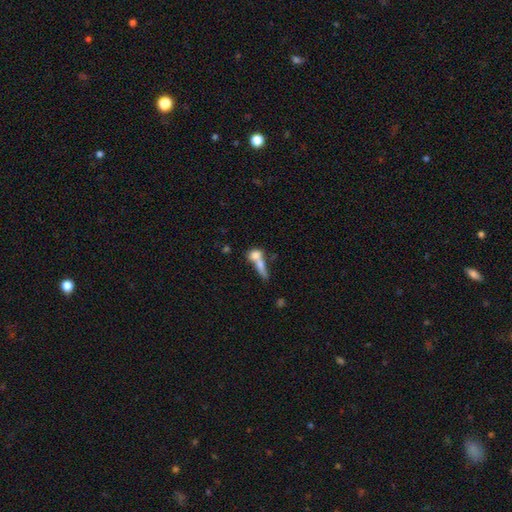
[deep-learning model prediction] Morphology: type=smooth (66%); roundness=in between (47%); merging=merger (63%).